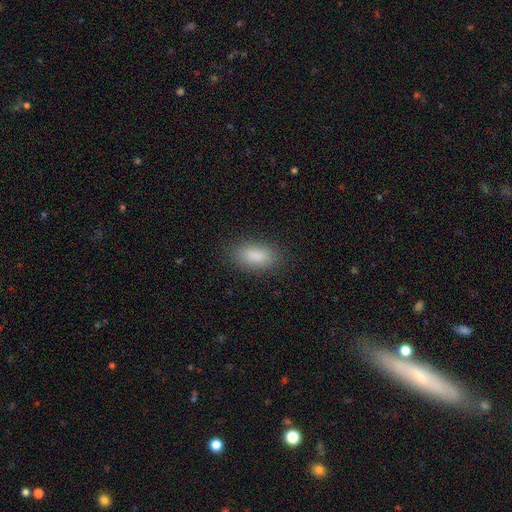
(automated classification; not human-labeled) The model was most divided on "merging": none: 86%, minor disturbance: 10%, major disturbance: 3%, merger: 1%. More confident: how rounded — in between (88%); smooth or featured — smooth (87%).